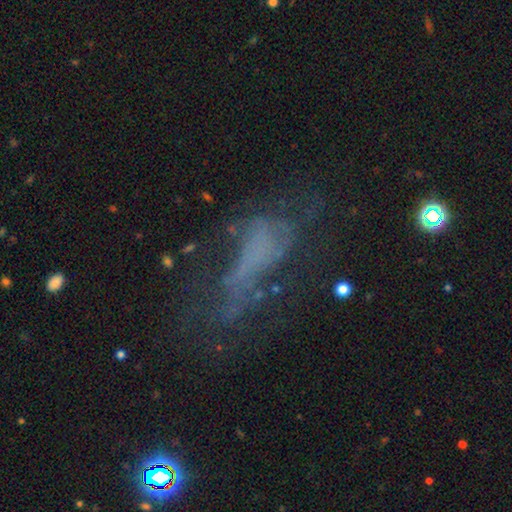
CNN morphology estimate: featured or disk 43%, smooth 32%, star or artifact 25%. Down the decision tree: merging — none (40%).